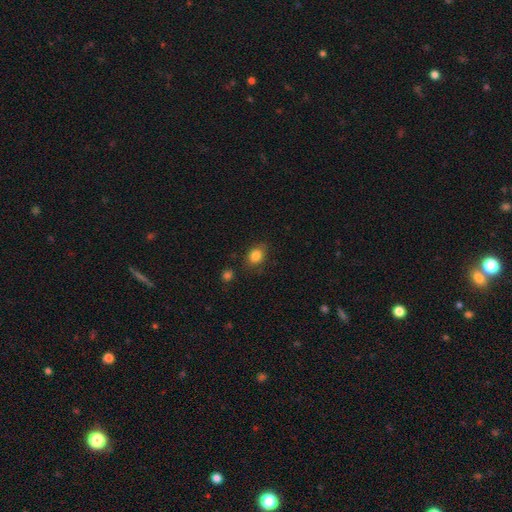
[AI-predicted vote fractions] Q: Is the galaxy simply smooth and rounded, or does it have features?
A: smooth — 84%.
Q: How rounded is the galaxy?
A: in between — 56%.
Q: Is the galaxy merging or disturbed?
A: none — 75%.